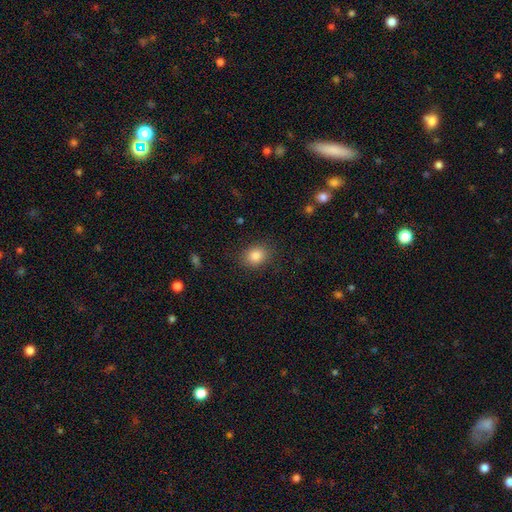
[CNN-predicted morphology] smooth-or-featured: smooth: 84% | star or artifact: 10% | featured or disk: 6%
  how-rounded: round: 52% | in between: 47% | cigar-shaped: 1%
  merging: none: 85% | minor disturbance: 10% | major disturbance: 3% | merger: 1%